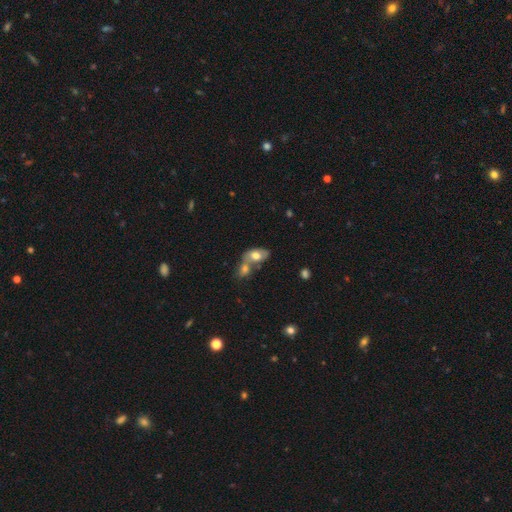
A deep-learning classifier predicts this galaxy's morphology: type=smooth (67%); roundness=in between (88%); merging=merger (62%).